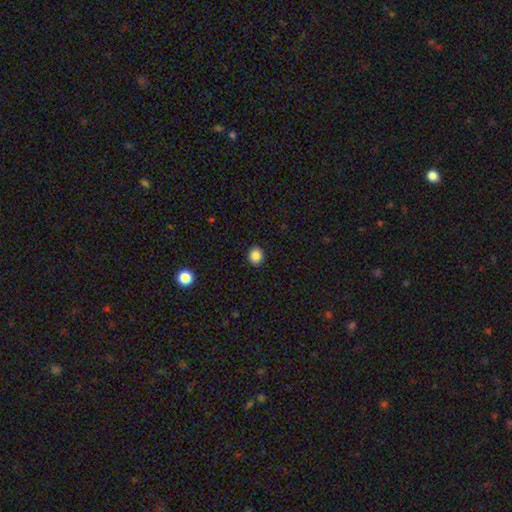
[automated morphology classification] This appears to be a smooth galaxy with no disk features (87%) that is round (77%). Merging: none (91%).